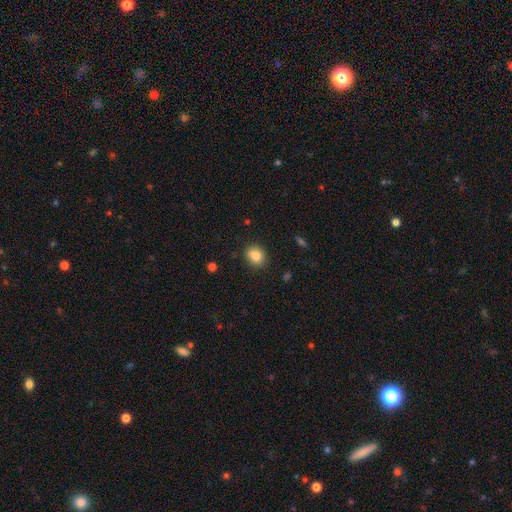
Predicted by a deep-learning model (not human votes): smooth_or_featured: smooth (p=0.83) [alt: star or artifact p=0.10]
how_rounded: round (p=0.65) [alt: in between p=0.34]
merging: none (p=0.84) [alt: minor disturbance p=0.11]